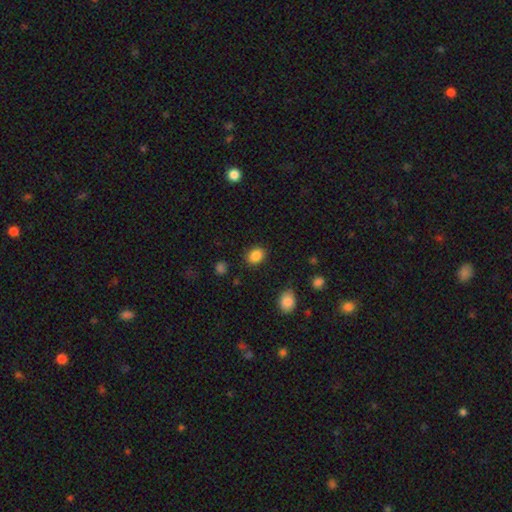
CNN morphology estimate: A smooth galaxy with no disk features (87%) that is in between round and cigar-shaped (61%). Merging: none (85%).